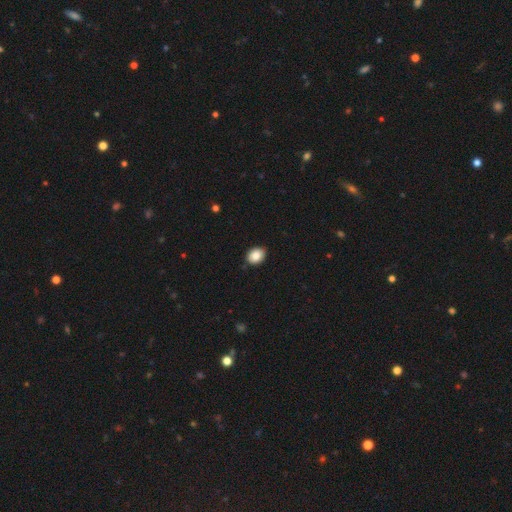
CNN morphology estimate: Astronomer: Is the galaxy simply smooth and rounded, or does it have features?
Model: smooth — 86%.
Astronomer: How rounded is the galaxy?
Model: in between — 59% (runner-up: round, 40%).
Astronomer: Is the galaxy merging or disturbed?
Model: none — 84%.